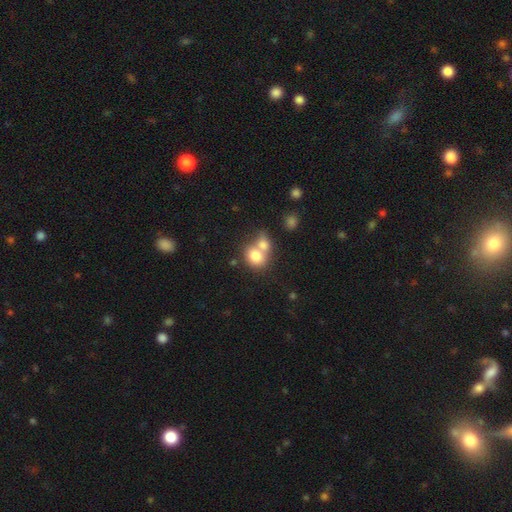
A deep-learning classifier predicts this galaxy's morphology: Smooth or featured? smooth (77%)
How rounded? round (61%)
Merging? merger (62%)